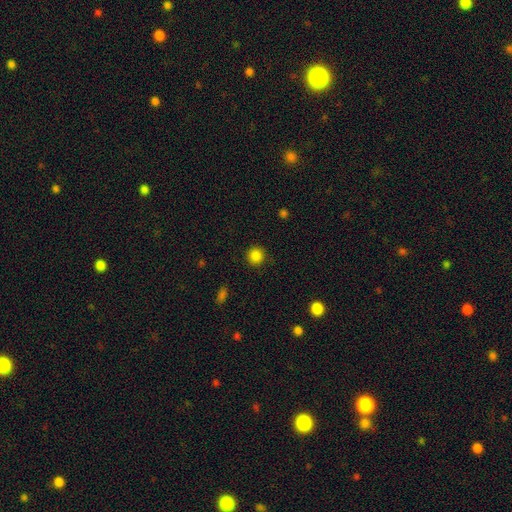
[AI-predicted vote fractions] Smooth or featured: smooth — 85% (star or artifact — 12%)
How rounded: round — 93% (in between — 6%)
Merging: none — 90% (minor disturbance — 6%)